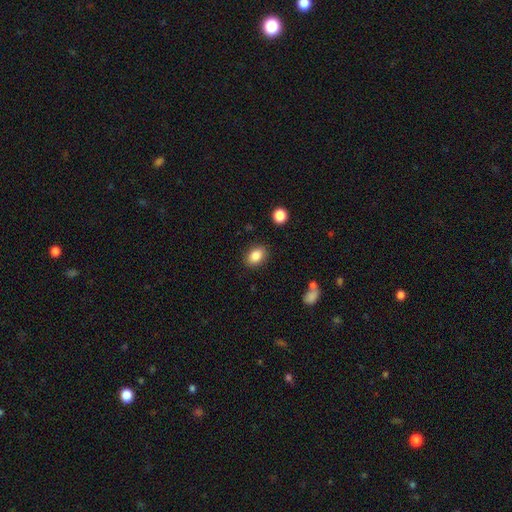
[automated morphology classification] type=smooth (86%); roundness=in between (77%); merging=none (86%).